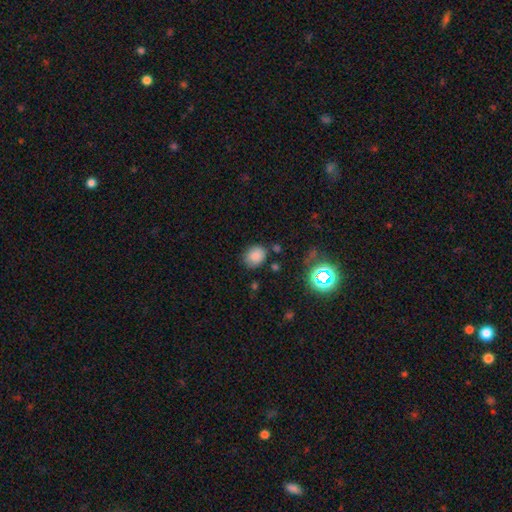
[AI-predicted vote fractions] Overall: smooth (81%). How rounded: round (61%; in between 38%). Merging: none (77%).